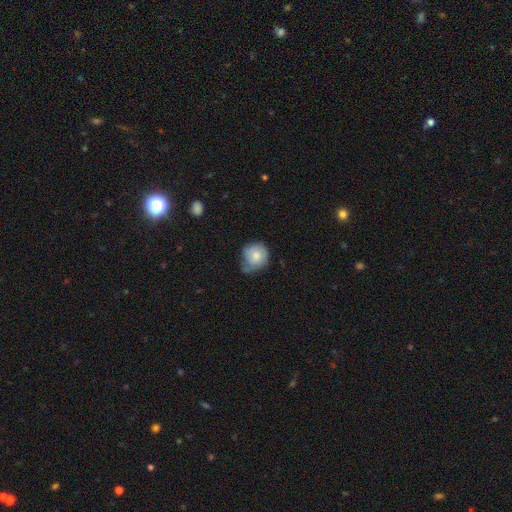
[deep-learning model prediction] A smooth galaxy with no disk features (71%) that is round (83%).

Vote fractions:
- Smooth or featured? smooth: 71% / featured or disk: 22% / star or artifact: 7%
- How rounded? round: 83% / in between: 16% / cigar-shaped: 1%
- Merging? none: 42% / minor disturbance: 41% / major disturbance: 14% / merger: 3%